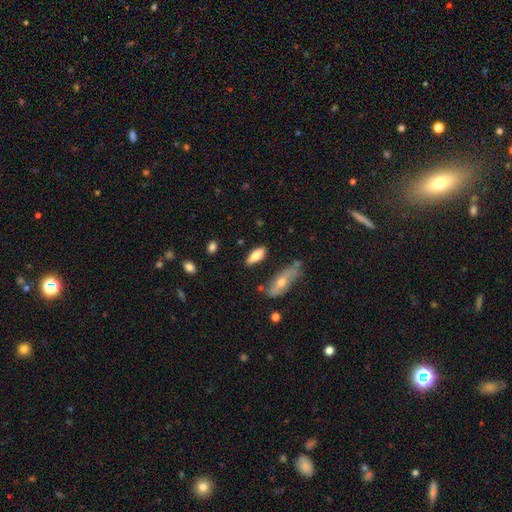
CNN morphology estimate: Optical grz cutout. It shows a smooth galaxy with no disk features (70%) that is in between round and cigar-shaped (72%). Merging: none (76%).